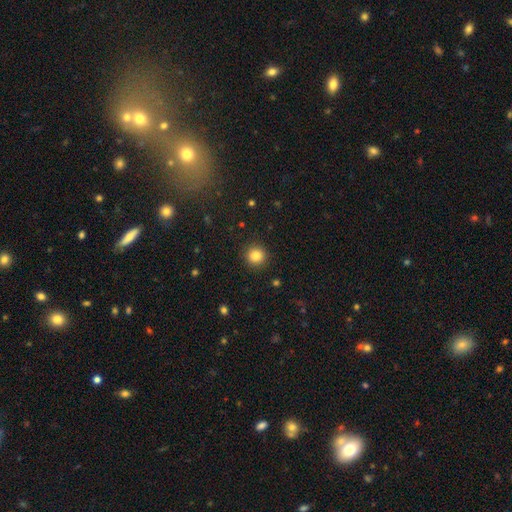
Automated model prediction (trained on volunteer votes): This is clearly a smooth galaxy (84%). How rounded: clearly round (93%). Merging: clearly none (91%).